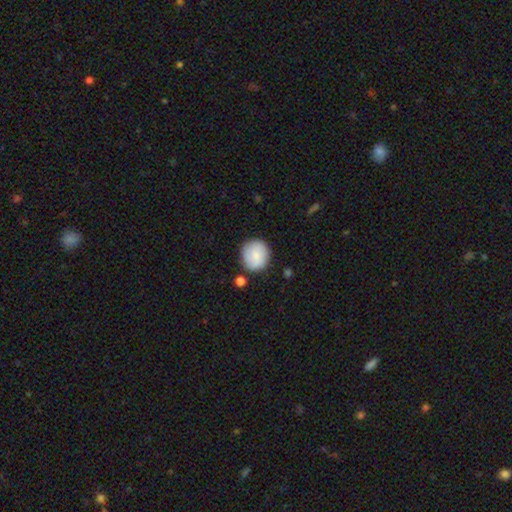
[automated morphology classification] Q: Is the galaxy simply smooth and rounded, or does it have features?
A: smooth — 78%.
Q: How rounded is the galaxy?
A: round — 88%.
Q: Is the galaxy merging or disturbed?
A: none — 80%.